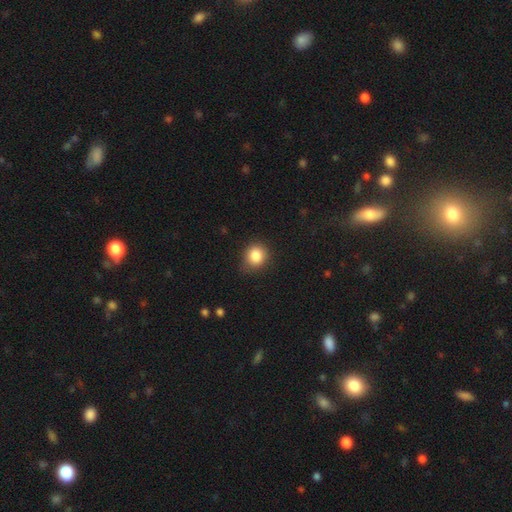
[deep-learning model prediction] A smooth galaxy with no disk features (84%) that is round (78%).

Vote fractions:
- Smooth or featured? smooth: 84% / star or artifact: 10% / featured or disk: 6%
- How rounded? round: 78% / in between: 21% / cigar-shaped: 1%
- Merging? none: 77% / minor disturbance: 18% / major disturbance: 4% / merger: 1%